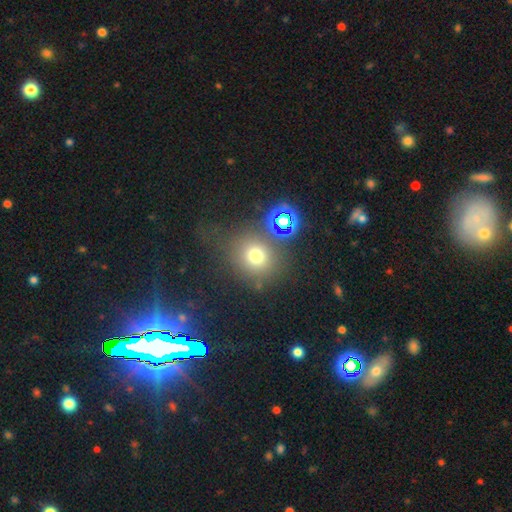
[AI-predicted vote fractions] This is likely a smooth galaxy (69%). How rounded: clearly round (85%). Merging: likely none (69%).